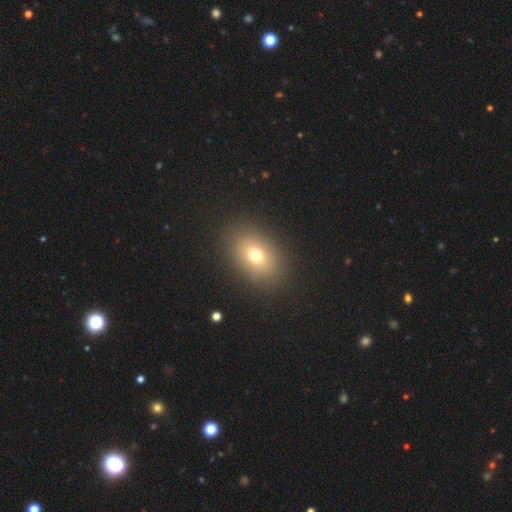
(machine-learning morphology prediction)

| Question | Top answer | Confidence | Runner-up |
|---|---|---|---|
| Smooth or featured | smooth | 72% | featured or disk (14%) |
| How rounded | in between | 69% | round (30%) |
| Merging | none | 87% | minor disturbance (8%) |